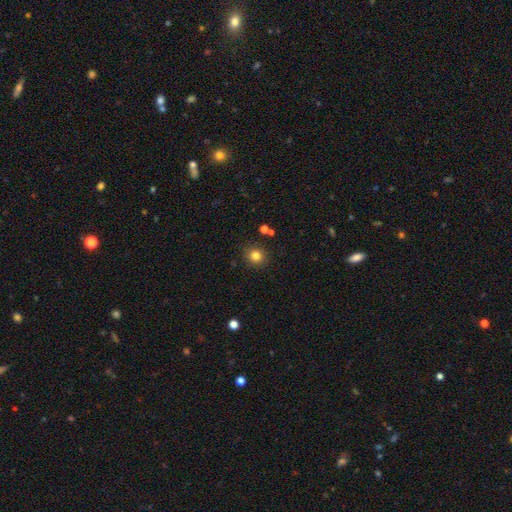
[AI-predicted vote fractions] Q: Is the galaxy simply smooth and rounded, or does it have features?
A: smooth — 82%.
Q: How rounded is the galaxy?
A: round — 86%.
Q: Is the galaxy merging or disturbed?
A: none — 87%.